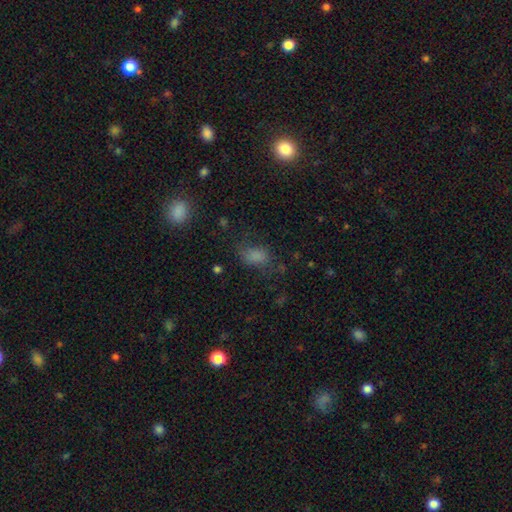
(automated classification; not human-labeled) Smooth or featured?
  - smooth: 73% *
  - star or artifact: 16%
  - featured or disk: 11%
How rounded?
  - in between: 79% *
  - round: 19%
  - cigar-shaped: 2%
Merging?
  - none: 49% *
  - minor disturbance: 26%
  - major disturbance: 22%
  - merger: 3%